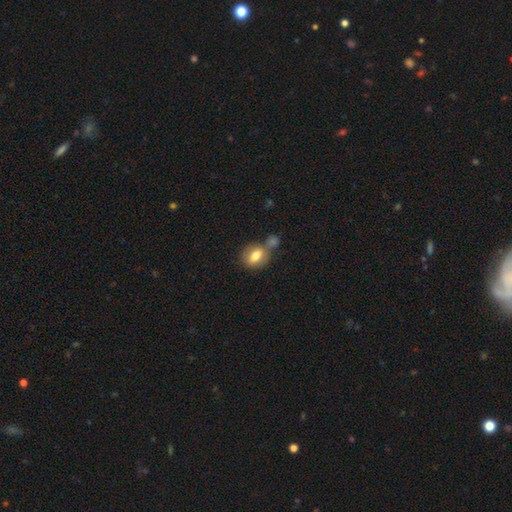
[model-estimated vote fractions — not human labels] Smooth or featured: smooth — 78% (featured or disk — 14%)
How rounded: in between — 63% (round — 35%)
Merging: none — 47% (merger — 34%)